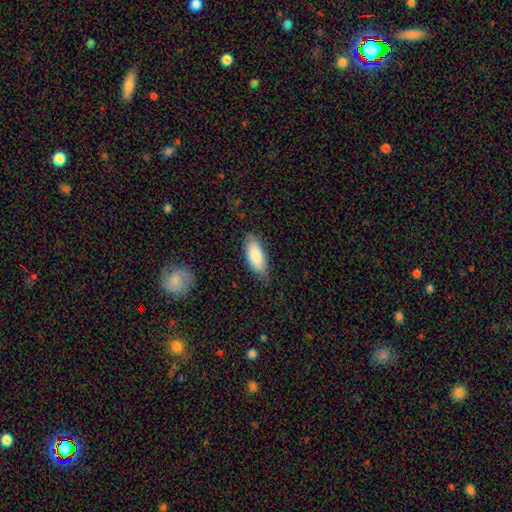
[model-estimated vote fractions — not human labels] Smooth or featured? smooth (85%)
How rounded? in between (84%)
Merging? none (78%)